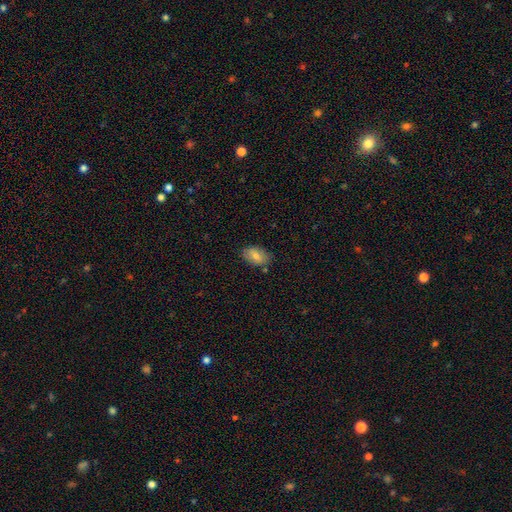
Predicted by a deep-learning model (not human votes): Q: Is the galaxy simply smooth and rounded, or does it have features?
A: smooth — 76%.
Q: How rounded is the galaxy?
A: in between — 90%.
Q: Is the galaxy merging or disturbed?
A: none — 81%.